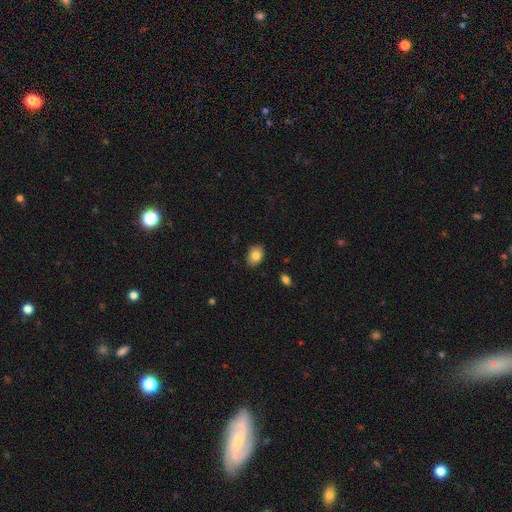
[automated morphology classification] type=smooth (83%); roundness=in between (77%); merging=none (88%).